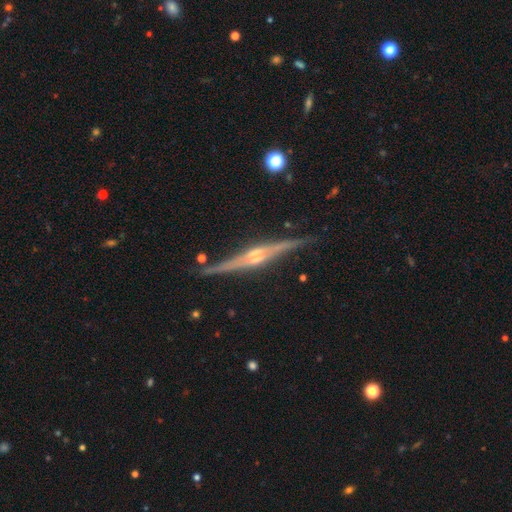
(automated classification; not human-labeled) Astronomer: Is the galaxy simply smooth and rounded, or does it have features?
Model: featured or disk — 88%.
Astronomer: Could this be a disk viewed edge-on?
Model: yes — 98%.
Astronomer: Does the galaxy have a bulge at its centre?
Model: rounded — 85%.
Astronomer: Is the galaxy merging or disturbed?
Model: none — 85%.